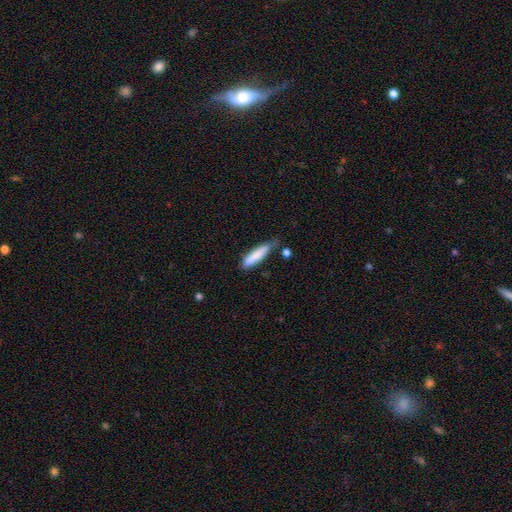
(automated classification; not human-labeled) This is clearly a smooth galaxy (81%). How rounded: likely cigar-shaped (78%). Merging: likely none (62%).